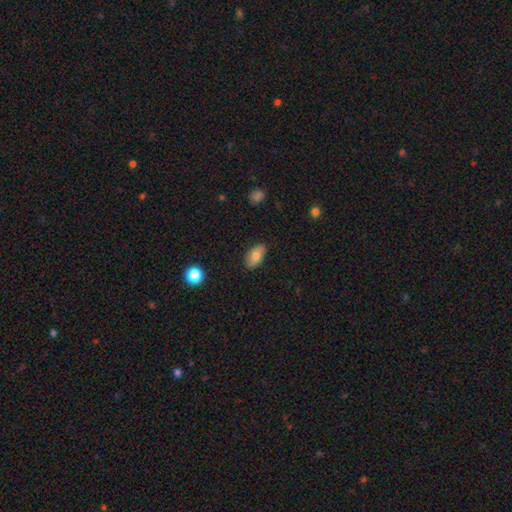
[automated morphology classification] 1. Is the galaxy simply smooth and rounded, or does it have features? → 70% smooth, 22% featured or disk, 8% star or artifact.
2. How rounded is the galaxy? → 92% in between, 5% round, 2% cigar-shaped.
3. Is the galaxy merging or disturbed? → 82% none, 14% minor disturbance, 2% major disturbance, 1% merger.